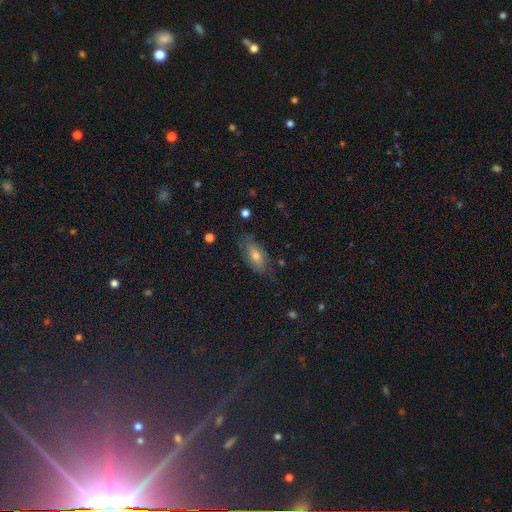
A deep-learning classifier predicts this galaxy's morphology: smooth 56%, featured or disk 32%, star or artifact 13%. Down the decision tree: how rounded — in between (81%); merging — none (70%).